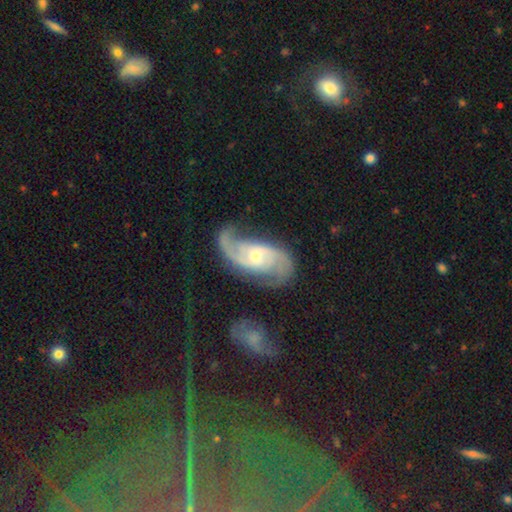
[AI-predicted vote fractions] A featured or disk galaxy (89%) with no bar (57%), 2 (85%) medium (48%) spiral arms (97%) and a small central bulge (52%). Merging: none (62%).